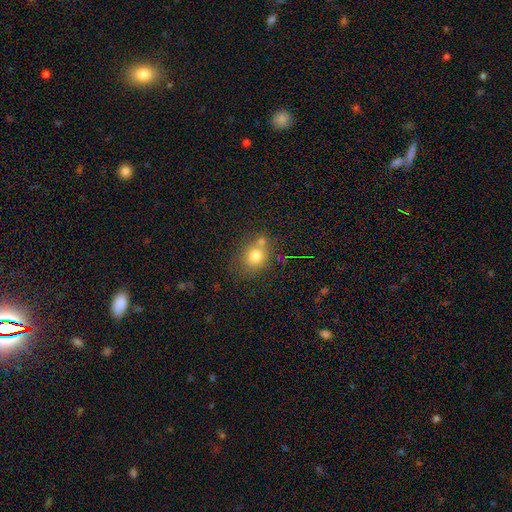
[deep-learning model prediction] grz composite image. It shows a smooth galaxy with no disk features (77%) that is round (65%). Merging: none (55%).